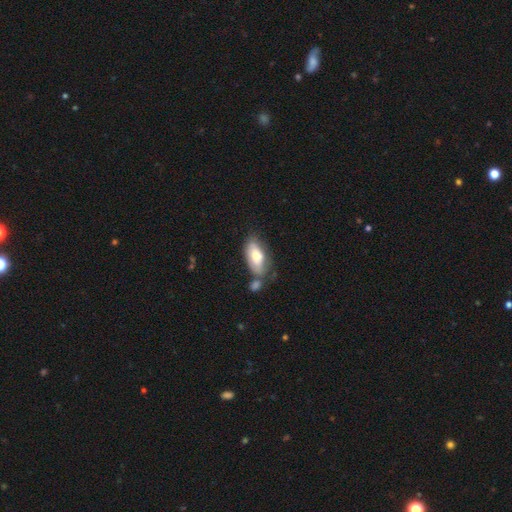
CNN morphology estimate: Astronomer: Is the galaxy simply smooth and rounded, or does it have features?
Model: smooth — 68%.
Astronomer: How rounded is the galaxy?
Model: in between — 88%.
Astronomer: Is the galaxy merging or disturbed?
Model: none — 47%.